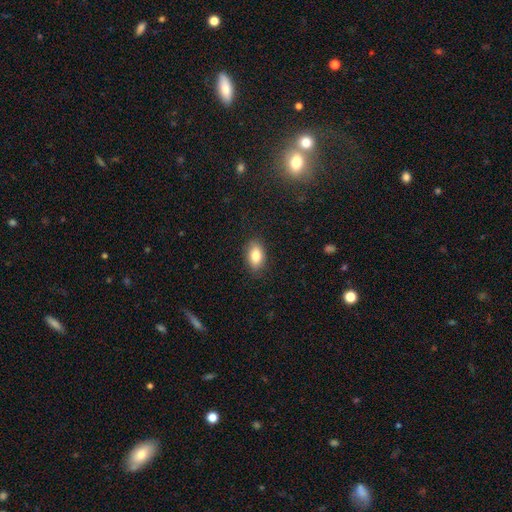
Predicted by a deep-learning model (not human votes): smooth_or_featured: smooth (p=0.83) [alt: featured or disk p=0.09]
how_rounded: in between (p=0.89) [alt: round p=0.08]
merging: none (p=0.85) [alt: minor disturbance p=0.12]